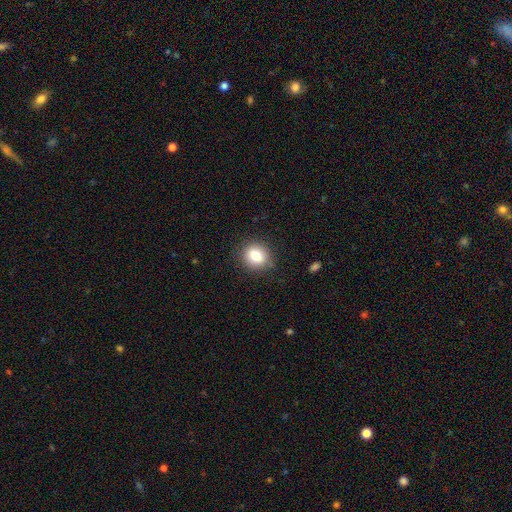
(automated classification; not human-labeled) Smooth or featured? Predicted: smooth (p=0.80). How rounded? Predicted: round (p=0.66). Merging? Predicted: none (p=0.85).